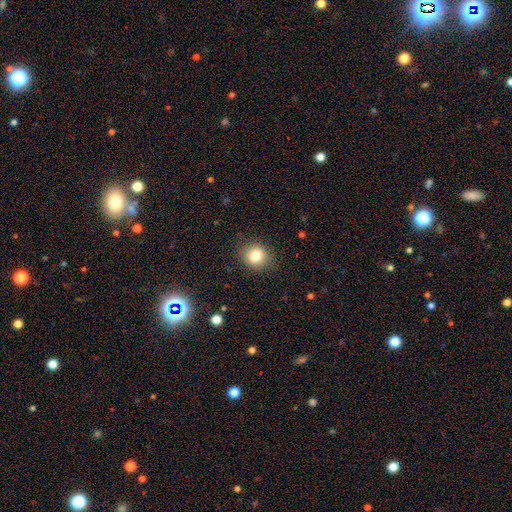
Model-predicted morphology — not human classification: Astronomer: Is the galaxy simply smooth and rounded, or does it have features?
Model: smooth — 81%.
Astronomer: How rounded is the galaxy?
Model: round — 78%.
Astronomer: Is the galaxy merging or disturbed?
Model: none — 86%.